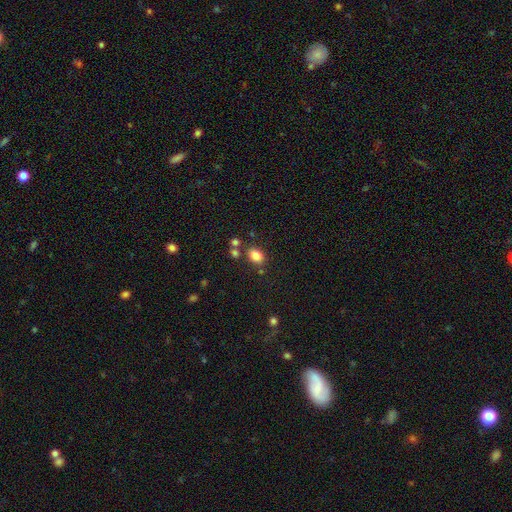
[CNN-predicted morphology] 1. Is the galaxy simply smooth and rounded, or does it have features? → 83% smooth, 11% star or artifact, 6% featured or disk.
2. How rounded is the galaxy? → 68% in between, 30% round, 1% cigar-shaped.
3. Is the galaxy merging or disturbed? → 74% none, 11% minor disturbance, 11% merger, 4% major disturbance.